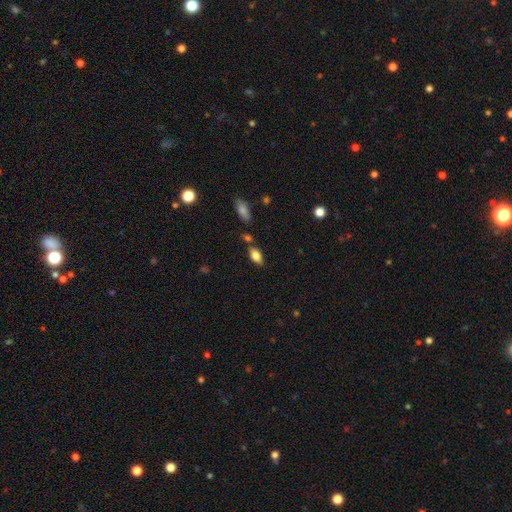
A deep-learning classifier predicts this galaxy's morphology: Smooth or featured? smooth (79%)
How rounded? in between (89%)
Merging? none (71%)